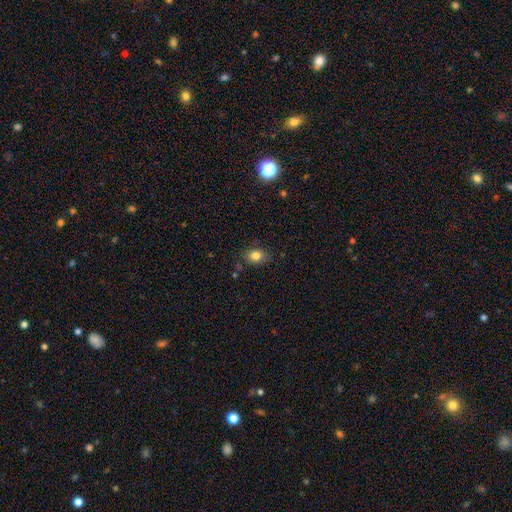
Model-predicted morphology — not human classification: The model was most divided on "how rounded": in between: 61%, round: 38%, cigar-shaped: 1%. More confident: merging — none (82%); smooth or featured — smooth (81%).